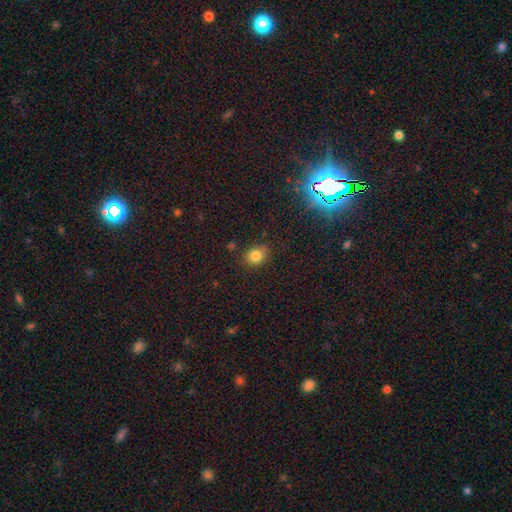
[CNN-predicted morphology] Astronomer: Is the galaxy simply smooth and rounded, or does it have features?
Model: smooth — 81%.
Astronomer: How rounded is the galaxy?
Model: round — 55% (runner-up: in between, 44%).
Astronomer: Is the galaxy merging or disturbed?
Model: none — 79%.